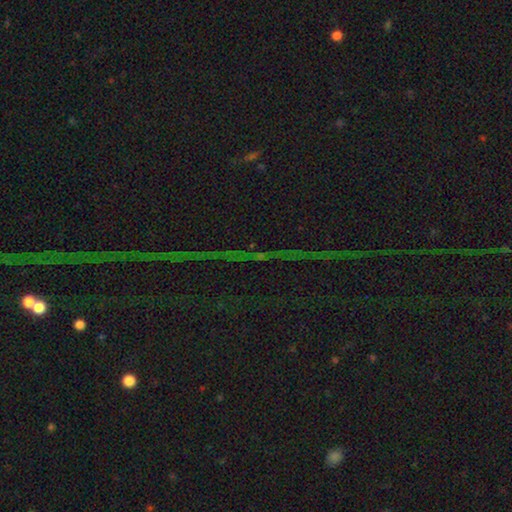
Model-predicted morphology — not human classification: smooth-or-featured: star or artifact: 86% | featured or disk: 7% | smooth: 7%